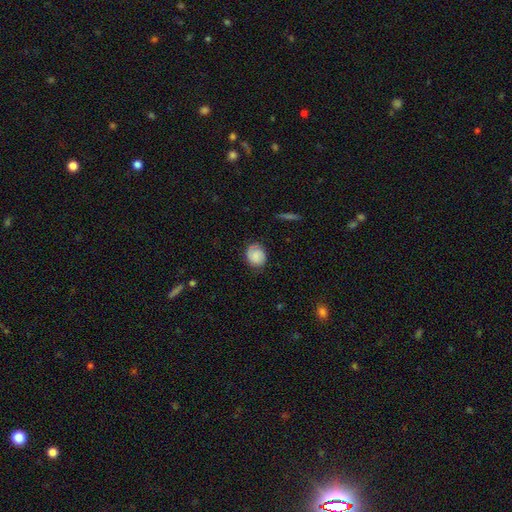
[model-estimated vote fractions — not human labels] A smooth galaxy with no disk features (66%) that is round (72%). Merging: none (73%).